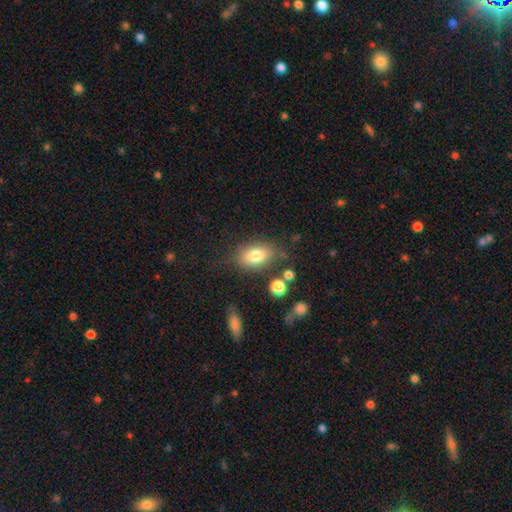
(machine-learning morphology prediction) smooth-or-featured: smooth: 79% | featured or disk: 12% | star or artifact: 9%
  how-rounded: in between: 86% | round: 12% | cigar-shaped: 2%
  merging: none: 76% | minor disturbance: 14% | major disturbance: 5% | merger: 4%